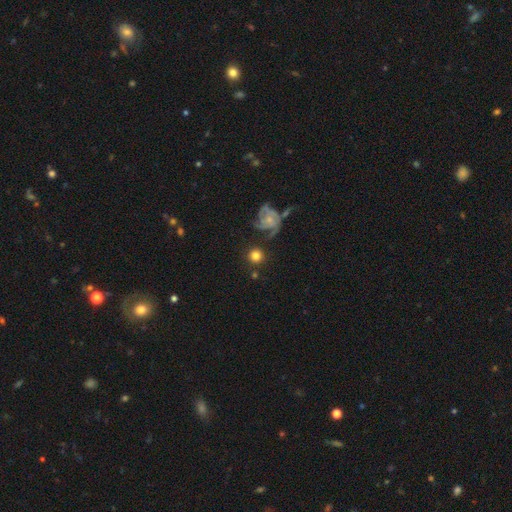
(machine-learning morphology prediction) A smooth galaxy with no disk features (70%) that is round (92%).

Vote fractions:
- Smooth or featured? smooth: 70% / featured or disk: 21% / star or artifact: 9%
- How rounded? round: 92% / in between: 7% / cigar-shaped: 1%
- Merging? none: 80% / minor disturbance: 10% / merger: 5% / major disturbance: 5%